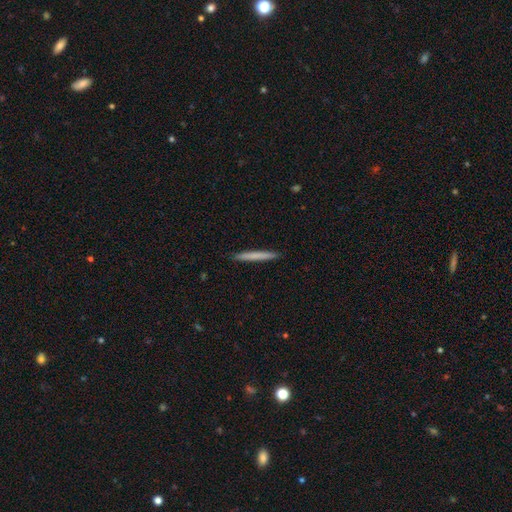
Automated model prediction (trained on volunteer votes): smooth-or-featured: smooth: 70% | featured or disk: 25% | star or artifact: 5%
  how-rounded: cigar-shaped: 97% | in between: 2% | round: 1%
  merging: none: 93% | minor disturbance: 5% | major disturbance: 1% | merger: 1%